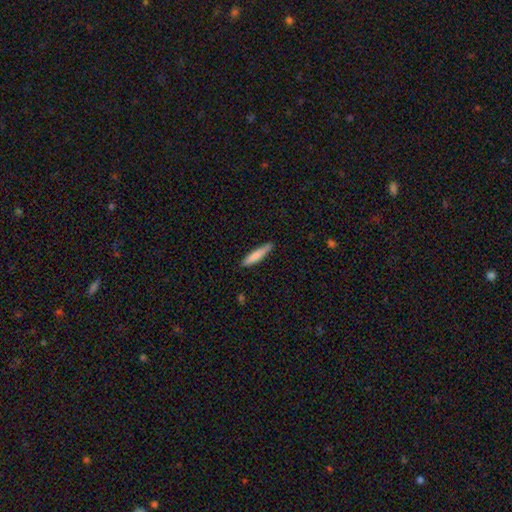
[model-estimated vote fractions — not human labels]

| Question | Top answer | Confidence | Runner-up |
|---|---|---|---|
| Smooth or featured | smooth | 79% | featured or disk (16%) |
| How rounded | cigar-shaped | 88% | in between (11%) |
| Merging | none | 83% | minor disturbance (14%) |